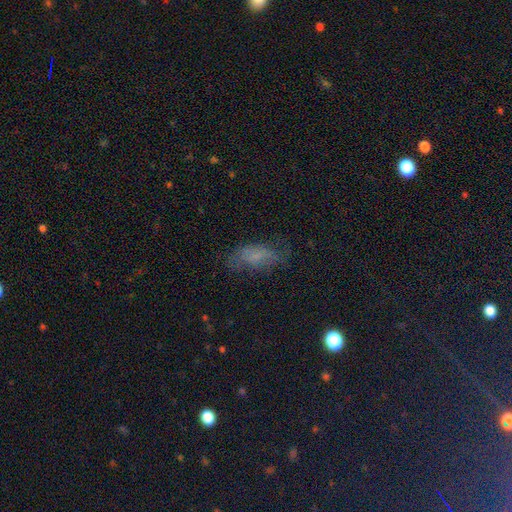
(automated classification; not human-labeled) smooth 61%, featured or disk 23%, star or artifact 16%. Down the decision tree: how rounded — in between (81%); merging — none (62%).